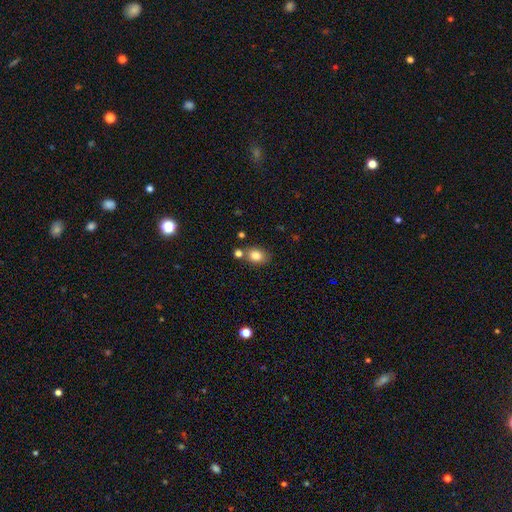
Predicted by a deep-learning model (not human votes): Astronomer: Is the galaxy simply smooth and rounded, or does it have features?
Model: smooth — 82%.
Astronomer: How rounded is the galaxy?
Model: in between — 61% (runner-up: round, 38%).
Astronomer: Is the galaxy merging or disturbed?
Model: none — 70%.